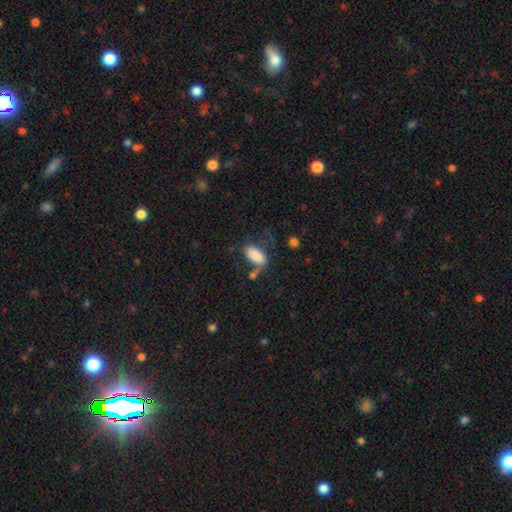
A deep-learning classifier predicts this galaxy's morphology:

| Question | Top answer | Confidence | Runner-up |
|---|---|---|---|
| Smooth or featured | smooth | 80% | featured or disk (12%) |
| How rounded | in between | 91% | cigar-shaped (6%) |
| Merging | none | 40% | minor disturbance (23%) |